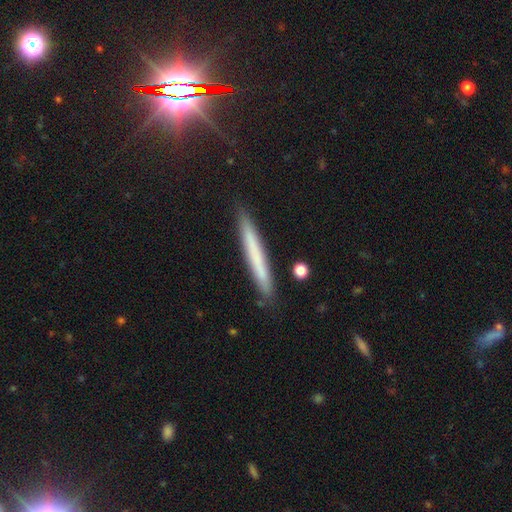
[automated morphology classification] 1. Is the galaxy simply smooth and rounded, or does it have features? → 60% smooth, 32% featured or disk, 8% star or artifact.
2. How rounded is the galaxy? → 97% cigar-shaped, 2% in between, 1% round.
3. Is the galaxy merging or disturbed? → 88% none, 9% minor disturbance, 2% merger, 2% major disturbance.